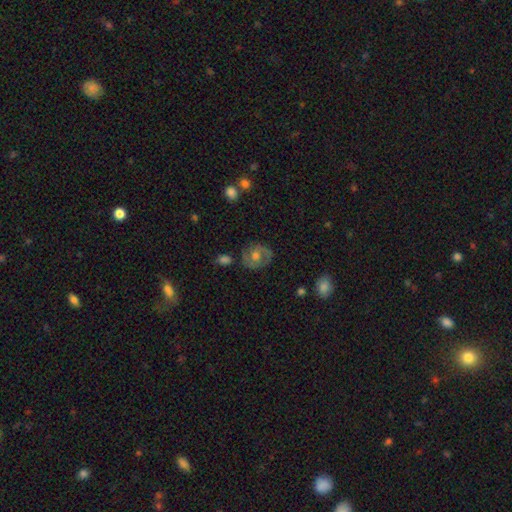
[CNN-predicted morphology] Smooth or featured?
  - featured or disk: 64% *
  - smooth: 26%
  - star or artifact: 9%
Edge-on disk?
  - no: 97% *
  - yes: 3%
Bar?
  - no: 66% *
  - weak: 28%
  - strong: 6%
Spiral arms?
  - yes: 81% *
  - no: 19%
Spiral winding?
  - tight: 46% *
  - medium: 42%
  - loose: 12%
Spiral arm count?
  - 2: 78% *
  - can't tell: 13%
  - 1: 4%
  - 3: 3%
  - 4: 1%
  - more than 4: 1%
Bulge size?
  - moderate: 72% *
  - small: 19%
  - large: 6%
  - none: 2%
  - dominant: 1%
Merging?
  - none: 78% *
  - minor disturbance: 14%
  - major disturbance: 5%
  - merger: 3%